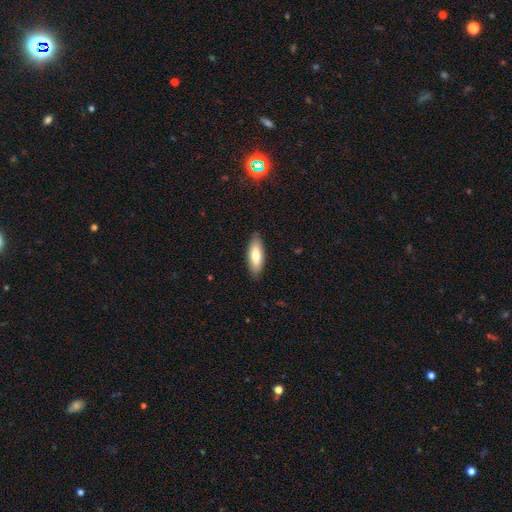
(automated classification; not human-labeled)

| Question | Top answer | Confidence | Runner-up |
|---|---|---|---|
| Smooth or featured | smooth | 75% | featured or disk (19%) |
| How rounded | in between | 70% | cigar-shaped (29%) |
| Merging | none | 84% | minor disturbance (13%) |